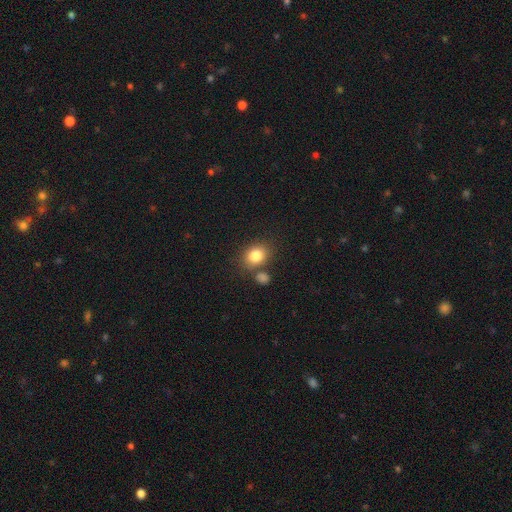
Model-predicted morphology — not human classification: The model was most divided on "how rounded": round: 50%, in between: 49%, cigar-shaped: 1%. More confident: smooth or featured — smooth (82%); merging — none (67%).